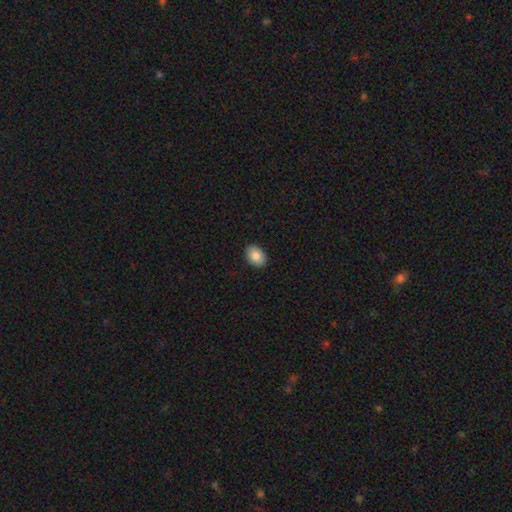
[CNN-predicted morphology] Smooth or featured? Predicted: smooth (p=0.84). How rounded? Predicted: in between (p=0.82). Merging? Predicted: none (p=0.90).